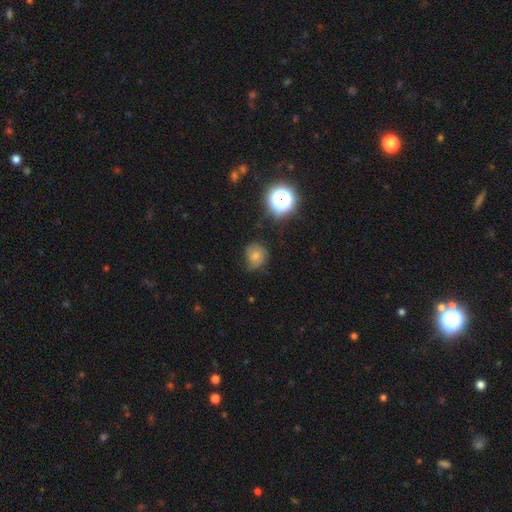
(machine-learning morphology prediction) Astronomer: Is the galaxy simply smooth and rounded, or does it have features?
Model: smooth — 62%.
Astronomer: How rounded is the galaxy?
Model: round — 77%.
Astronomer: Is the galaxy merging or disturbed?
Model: none — 61%.